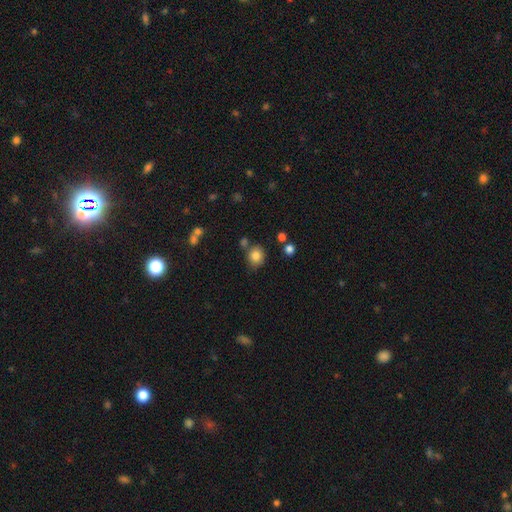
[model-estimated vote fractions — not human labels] This is clearly a smooth galaxy (82%). How rounded: likely round (78%). Merging: likely none (74%).